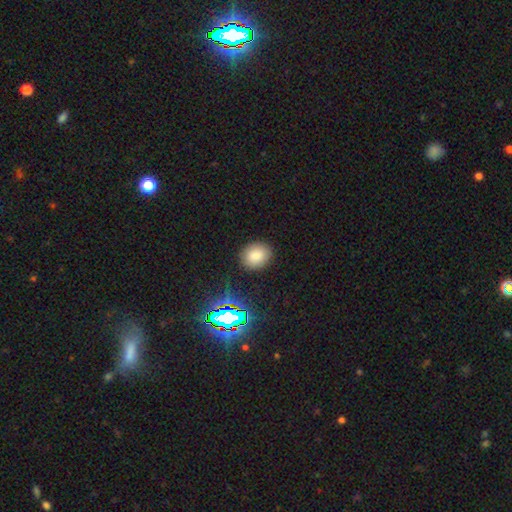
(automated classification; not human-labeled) Overall: smooth (80%). How rounded: round (55%; in between 44%). Merging: none (87%).